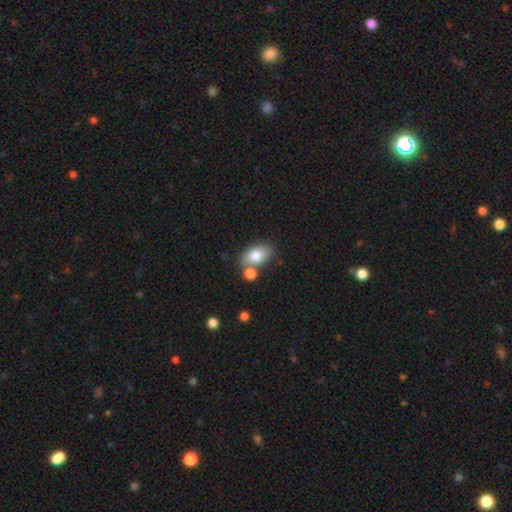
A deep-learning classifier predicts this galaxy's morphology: Smooth or featured?
  - smooth: 78% *
  - featured or disk: 14%
  - star or artifact: 8%
How rounded?
  - in between: 88% *
  - round: 10%
  - cigar-shaped: 2%
Merging?
  - none: 63% *
  - merger: 20%
  - minor disturbance: 13%
  - major disturbance: 4%